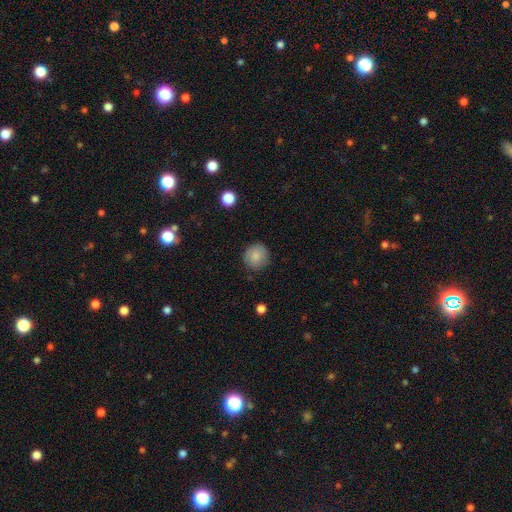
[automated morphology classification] Smooth or featured? smooth (85%)
How rounded? round (92%)
Merging? none (87%)